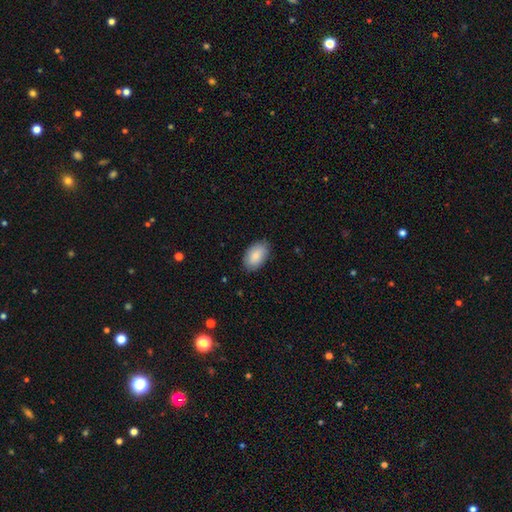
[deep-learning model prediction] The model was most divided on "merging": none: 83%, minor disturbance: 13%, major disturbance: 2%, merger: 1%. More confident: how rounded — in between (92%); smooth or featured — smooth (82%).